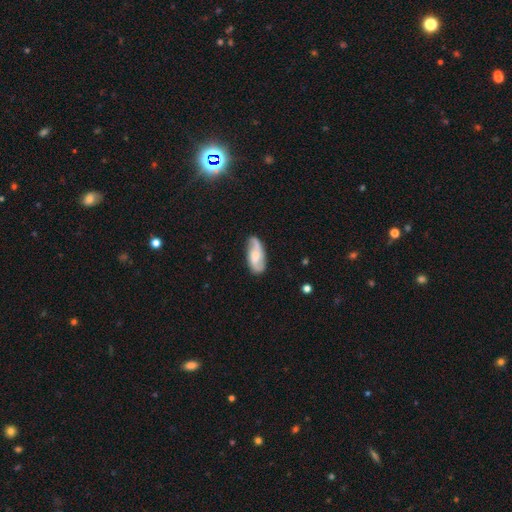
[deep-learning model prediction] featured or disk 55%, smooth 38%, star or artifact 6%. Down the decision tree: edge-on disk — no (92%); bar — no (56%); spiral arms — yes (89%); bulge size — moderate (38%); merging — none (73%).